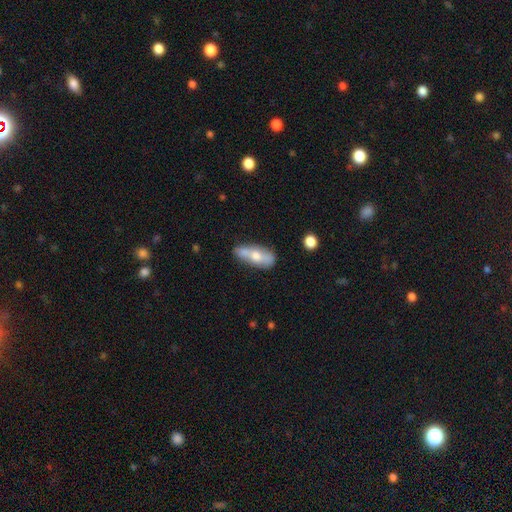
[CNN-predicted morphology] Smooth or featured? Predicted: smooth (p=0.54). How rounded? Predicted: in between (p=0.69). Merging? Predicted: none (p=0.57).